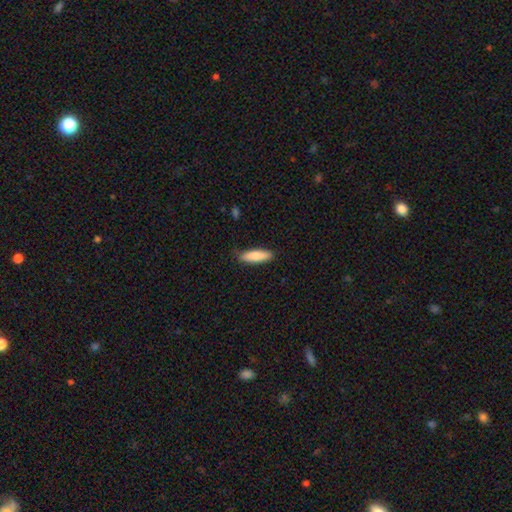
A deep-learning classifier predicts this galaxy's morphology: smooth_or_featured: smooth (p=0.84) [alt: featured or disk p=0.11]
how_rounded: cigar-shaped (p=0.60) [alt: in between p=0.39]
merging: none (p=0.85) [alt: minor disturbance p=0.12]